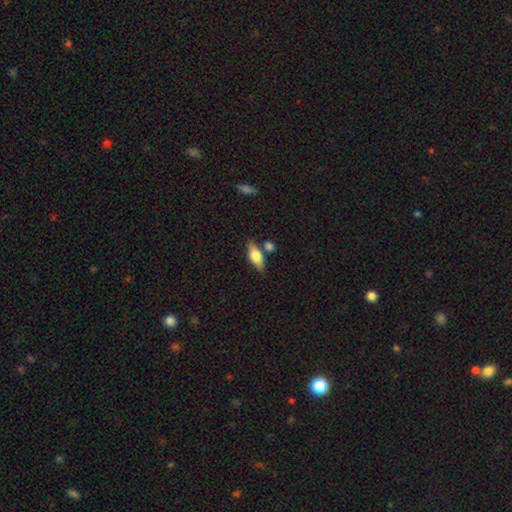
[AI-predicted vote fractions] Q: Smooth or featured?
A: smooth (55%); runner-up: featured or disk (38%)
Q: How rounded?
A: in between (68%); runner-up: cigar-shaped (27%)
Q: Merging?
A: none (74%); runner-up: minor disturbance (12%)